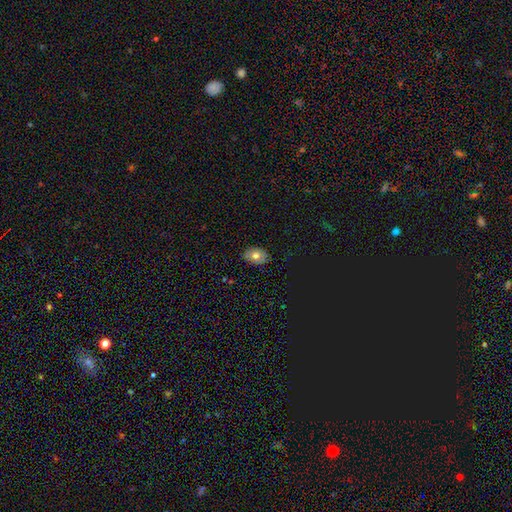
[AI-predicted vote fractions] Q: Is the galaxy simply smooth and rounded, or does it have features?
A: smooth — 67%.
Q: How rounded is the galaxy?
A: in between — 66%.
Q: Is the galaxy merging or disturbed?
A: none — 82%.